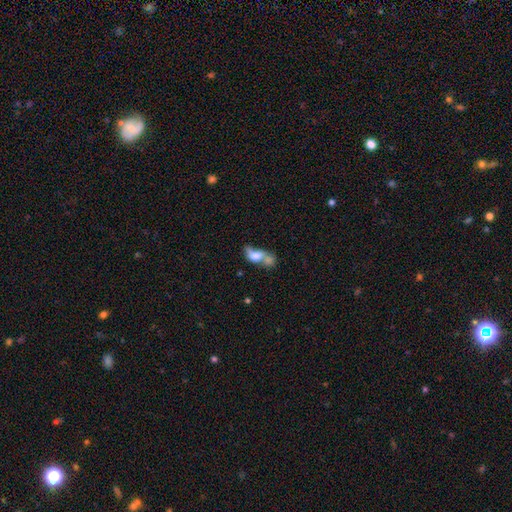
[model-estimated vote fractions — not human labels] smooth_or_featured: smooth (p=0.58) [alt: featured or disk p=0.32]
how_rounded: in between (p=0.71) [alt: round p=0.21]
merging: merger (p=0.65) [alt: none p=0.14]